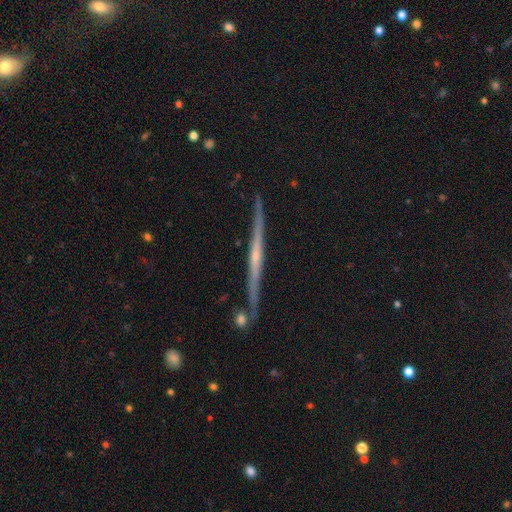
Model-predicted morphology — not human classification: smooth-or-featured: featured or disk: 78% | smooth: 15% | star or artifact: 7%
  disk-edge-on: yes: 98% | no: 2%
    edge-on-bulge: rounded: 47% | none: 45% | boxy: 8%
  merging: none: 87% | minor disturbance: 8% | merger: 3% | major disturbance: 2%